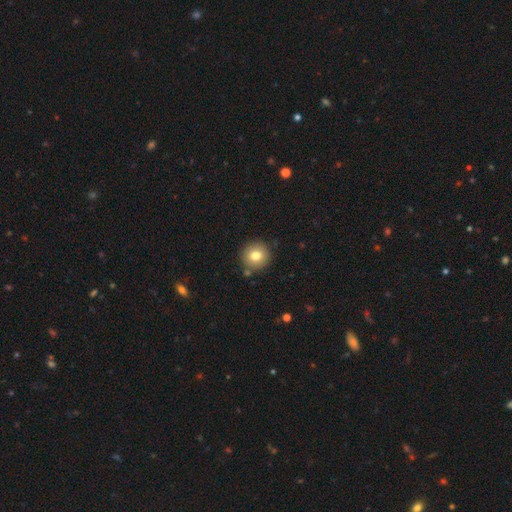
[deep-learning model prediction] This appears to be a smooth galaxy with no disk features (78%) that is round (92%). Merging: none (84%).